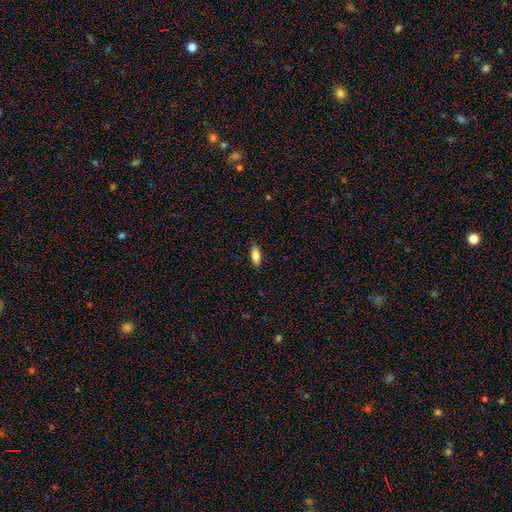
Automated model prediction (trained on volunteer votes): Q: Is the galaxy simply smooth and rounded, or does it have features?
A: smooth — 84%.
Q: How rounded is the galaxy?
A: in between — 76%.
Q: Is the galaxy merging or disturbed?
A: none — 86%.